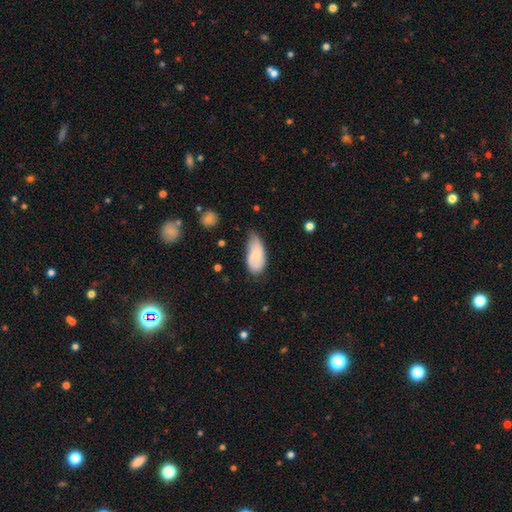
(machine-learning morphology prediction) A smooth galaxy with no disk features (72%) that is in between round and cigar-shaped (91%). Merging: minor disturbance (46%).